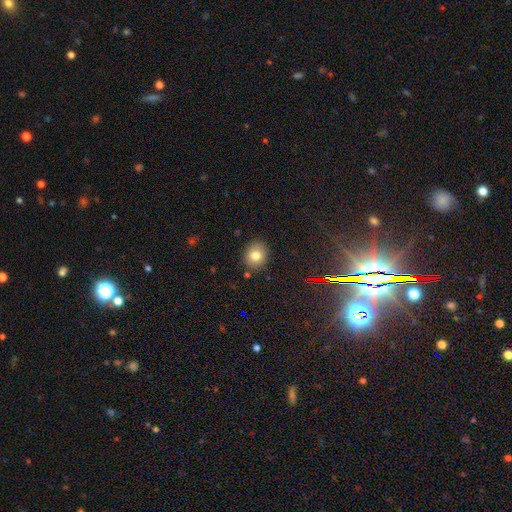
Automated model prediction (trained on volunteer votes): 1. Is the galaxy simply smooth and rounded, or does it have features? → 77% smooth, 13% star or artifact, 10% featured or disk.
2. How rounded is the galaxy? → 71% round, 28% in between, 1% cigar-shaped.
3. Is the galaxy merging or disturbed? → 86% none, 9% minor disturbance, 3% merger, 2% major disturbance.